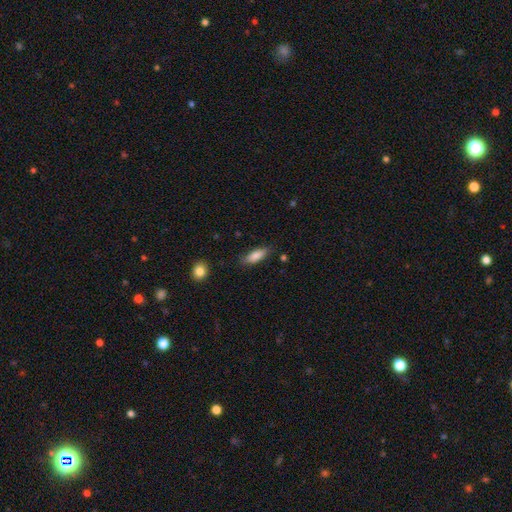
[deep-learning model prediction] A smooth galaxy with no disk features (83%) that is in between round and cigar-shaped (61%).

Vote fractions:
- Smooth or featured? smooth: 83% / featured or disk: 10% / star or artifact: 7%
- How rounded? in between: 61% / cigar-shaped: 37% / round: 2%
- Merging? none: 81% / minor disturbance: 14% / major disturbance: 3% / merger: 2%